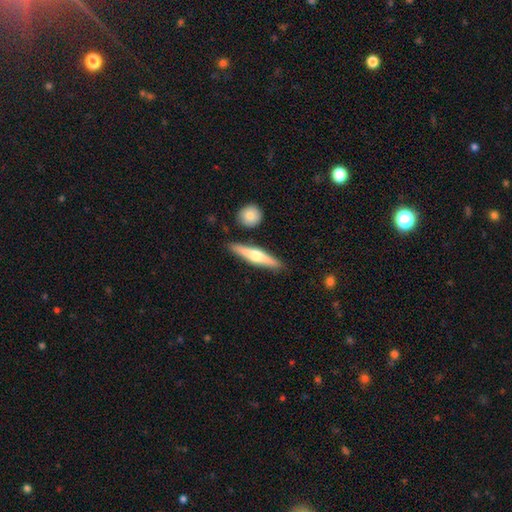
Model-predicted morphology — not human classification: This appears to be a featured or disk galaxy (52%) viewed edge-on (95%). Merging: none (86%).